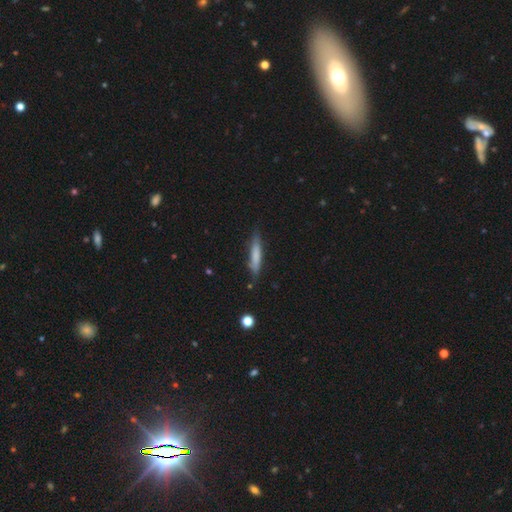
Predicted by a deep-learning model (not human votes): This is likely a smooth galaxy (71%). How rounded: clearly cigar-shaped (88%). Merging: likely none (77%).